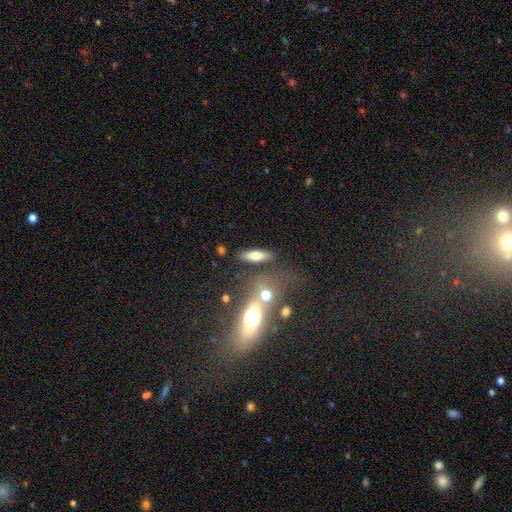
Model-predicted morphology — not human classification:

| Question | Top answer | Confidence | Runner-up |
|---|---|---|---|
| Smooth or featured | smooth | 60% | featured or disk (30%) |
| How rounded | cigar-shaped | 49% | in between (45%) |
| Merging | none | 75% | minor disturbance (11%) |